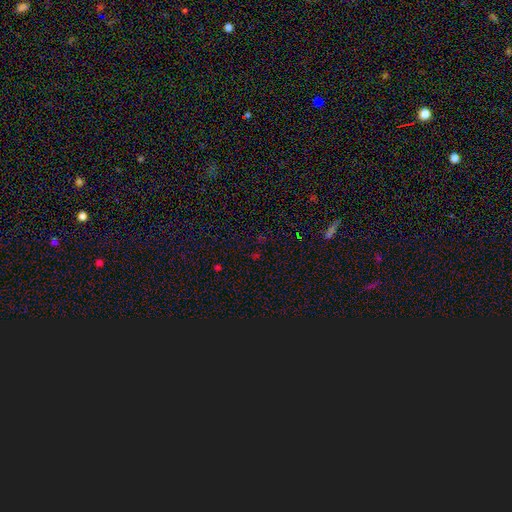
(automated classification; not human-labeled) This appears to be a star or artifact, not a galaxy (64%).